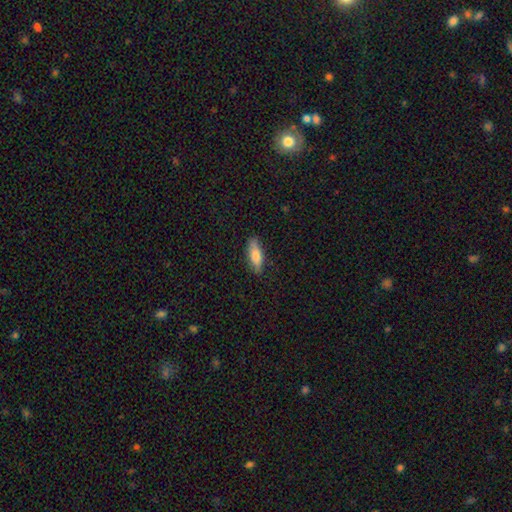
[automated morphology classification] Q: Smooth or featured?
A: smooth (74%); runner-up: featured or disk (20%)
Q: How rounded?
A: in between (57%); runner-up: cigar-shaped (41%)
Q: Merging?
A: none (85%); runner-up: minor disturbance (12%)